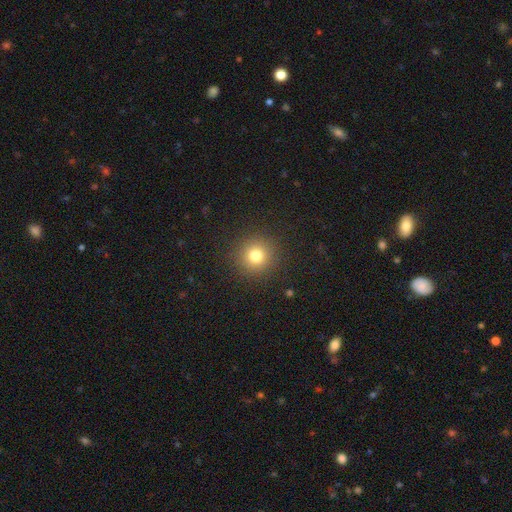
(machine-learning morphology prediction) A smooth galaxy with no disk features (77%) that is round (94%). Merging: none (90%).